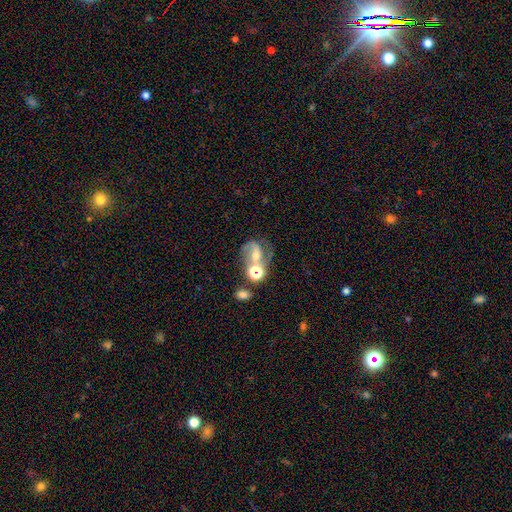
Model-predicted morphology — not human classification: A featured or disk galaxy (64%) with no bar (41%), 2 (75%) medium (48%) spiral arms (85%) and a moderate central bulge (52%). Merging: none (39%).